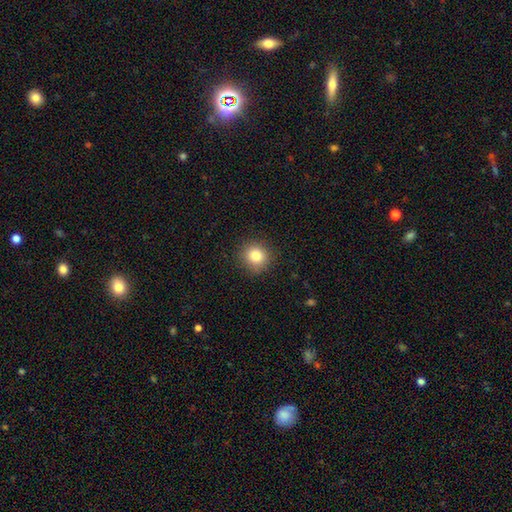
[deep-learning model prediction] A smooth galaxy with no disk features (83%) that is round (90%). Merging: none (89%).